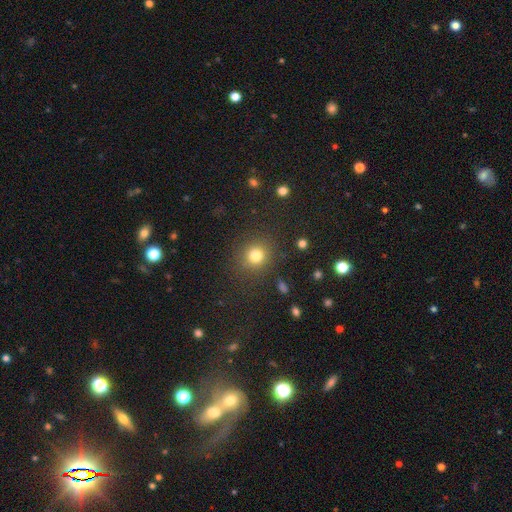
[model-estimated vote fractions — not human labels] Smooth or featured?
  - smooth: 79% *
  - star or artifact: 14%
  - featured or disk: 7%
How rounded?
  - round: 87% *
  - in between: 12%
  - cigar-shaped: 1%
Merging?
  - none: 85% *
  - minor disturbance: 8%
  - major disturbance: 4%
  - merger: 2%